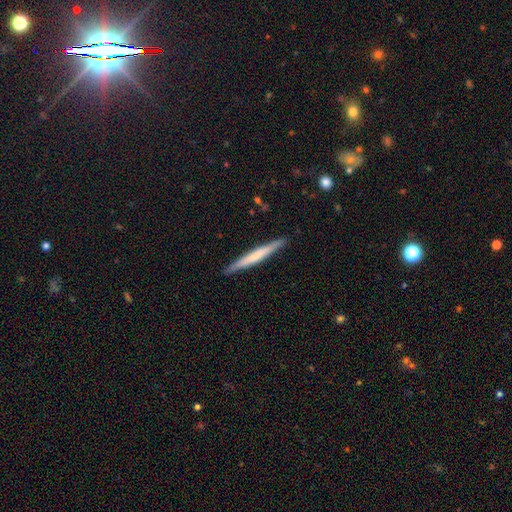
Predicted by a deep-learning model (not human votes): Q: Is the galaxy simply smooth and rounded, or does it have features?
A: smooth — 51%.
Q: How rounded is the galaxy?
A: cigar-shaped — 97%.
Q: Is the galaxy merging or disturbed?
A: none — 91%.